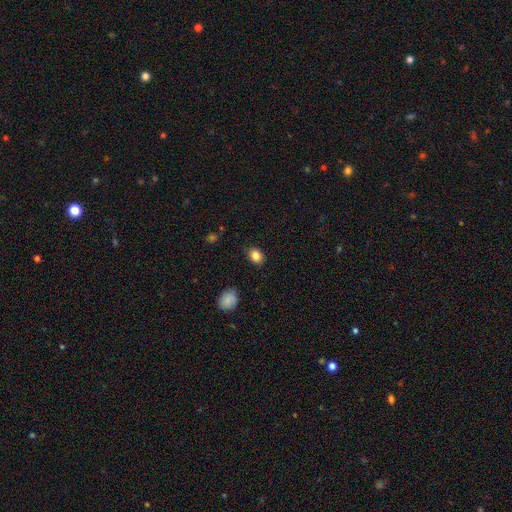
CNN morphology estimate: The model was most divided on "how rounded": in between: 56%, round: 43%, cigar-shaped: 1%. More confident: merging — none (86%); smooth or featured — smooth (85%).